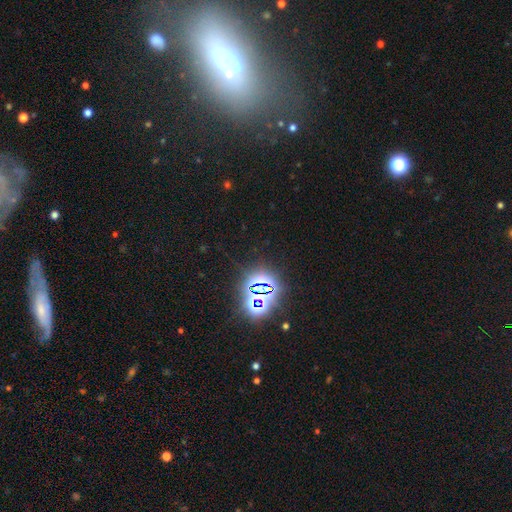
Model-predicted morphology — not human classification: Overall: star or artifact (74%).